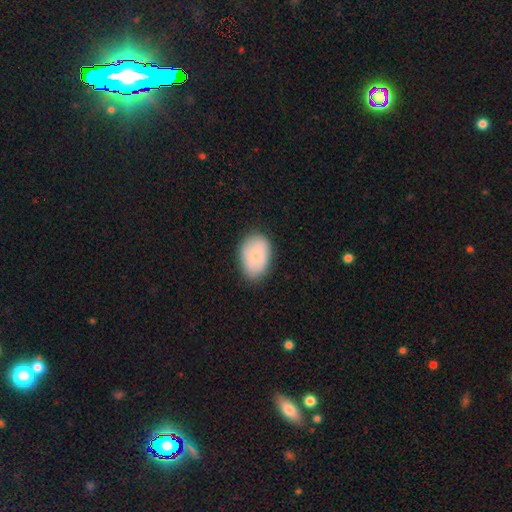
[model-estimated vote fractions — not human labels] Smooth or featured?
  - smooth: 76% *
  - featured or disk: 18%
  - star or artifact: 7%
How rounded?
  - in between: 84% *
  - round: 15%
  - cigar-shaped: 1%
Merging?
  - none: 78% *
  - minor disturbance: 17%
  - major disturbance: 4%
  - merger: 1%